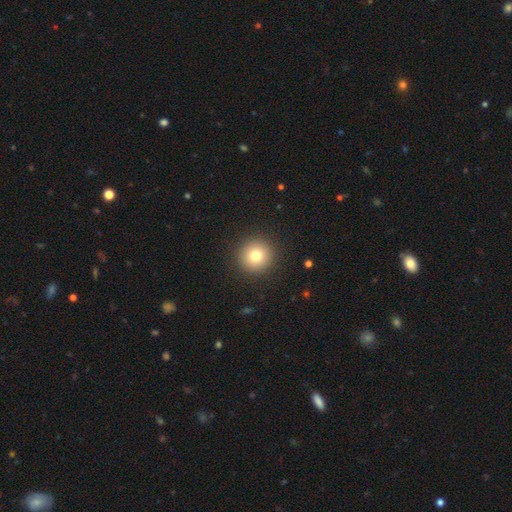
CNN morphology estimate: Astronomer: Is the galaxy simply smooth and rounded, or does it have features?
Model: smooth — 79%.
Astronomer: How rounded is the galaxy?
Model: round — 95%.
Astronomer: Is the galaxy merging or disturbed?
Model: none — 92%.